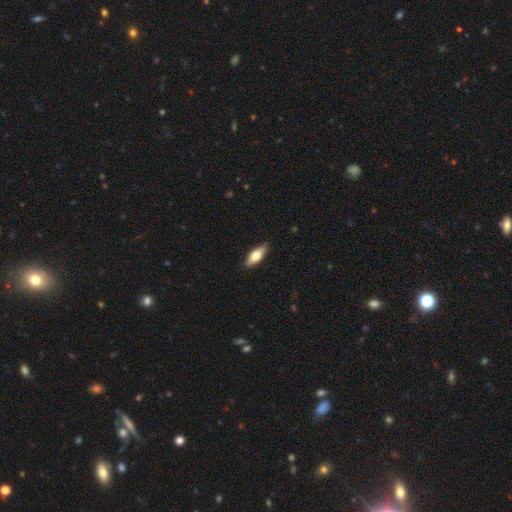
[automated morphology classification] This appears to be a smooth galaxy with no disk features (69%) that is in between round and cigar-shaped (73%). Merging: none (88%).